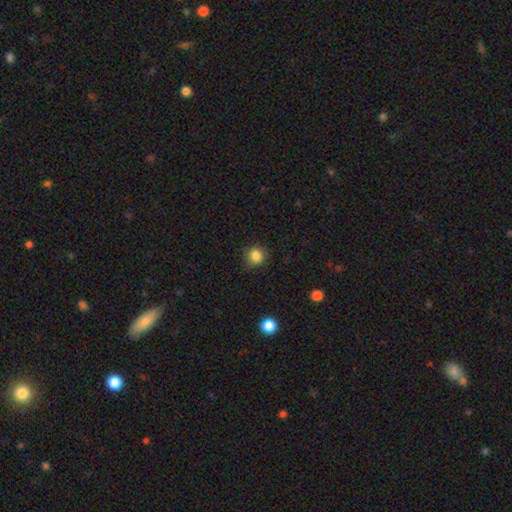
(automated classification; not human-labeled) smooth-or-featured: smooth: 85% | star or artifact: 11% | featured or disk: 4%
  how-rounded: round: 88% | in between: 11% | cigar-shaped: 1%
  merging: none: 81% | minor disturbance: 14% | major disturbance: 4% | merger: 1%